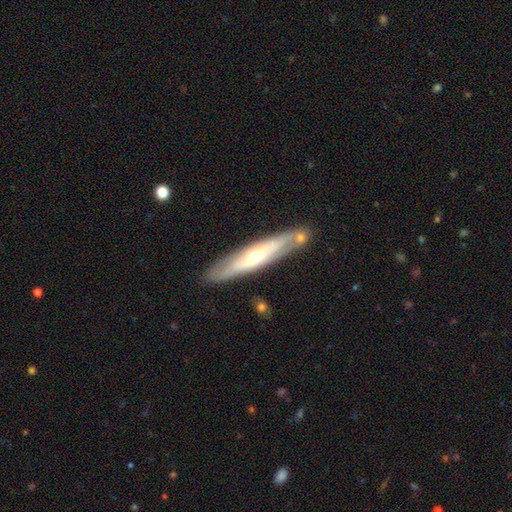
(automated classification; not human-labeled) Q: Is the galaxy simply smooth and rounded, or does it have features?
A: featured or disk — 60%.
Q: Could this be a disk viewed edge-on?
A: yes — 64%.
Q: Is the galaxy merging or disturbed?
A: none — 79%.